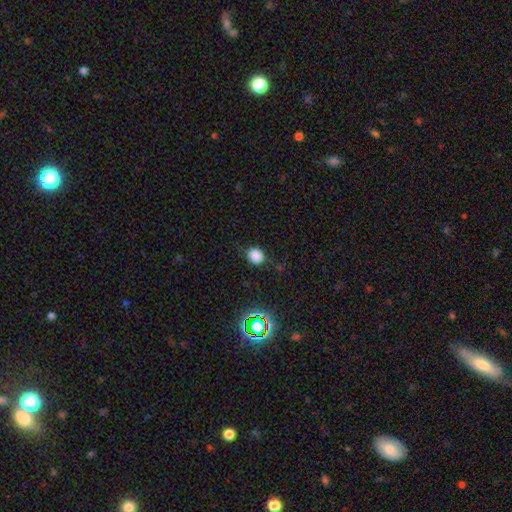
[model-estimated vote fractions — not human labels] Smooth or featured?
  - smooth: 80% *
  - star or artifact: 15%
  - featured or disk: 5%
How rounded?
  - round: 78% *
  - in between: 21%
  - cigar-shaped: 1%
Merging?
  - none: 80% *
  - minor disturbance: 13%
  - major disturbance: 5%
  - merger: 1%